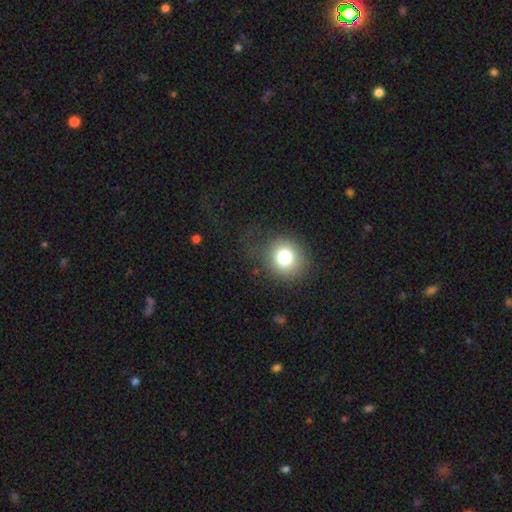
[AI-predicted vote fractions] smooth-or-featured: smooth: 69% | star or artifact: 21% | featured or disk: 10%
  how-rounded: round: 83% | in between: 16% | cigar-shaped: 1%
  merging: none: 75% | minor disturbance: 15% | major disturbance: 9% | merger: 2%